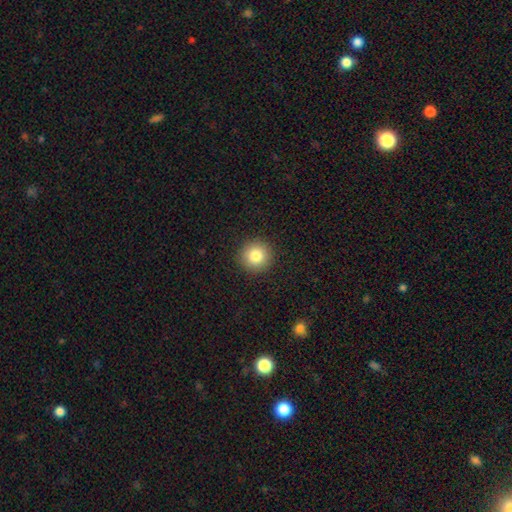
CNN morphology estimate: smooth 83%, star or artifact 10%, featured or disk 7%. Down the decision tree: how rounded — round (95%); merging — none (92%).